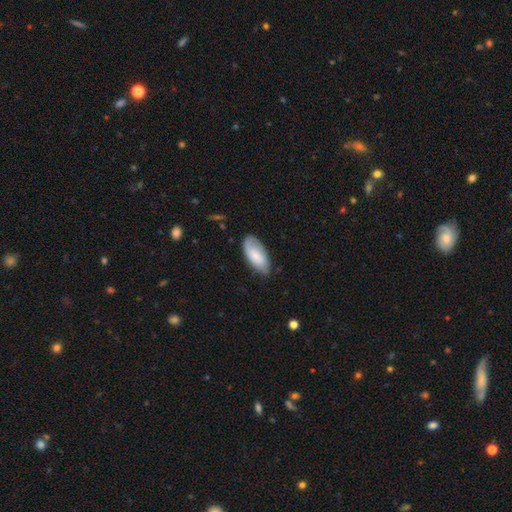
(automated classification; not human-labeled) Morphology: type=smooth (67%); roundness=in between (92%); merging=none (71%).